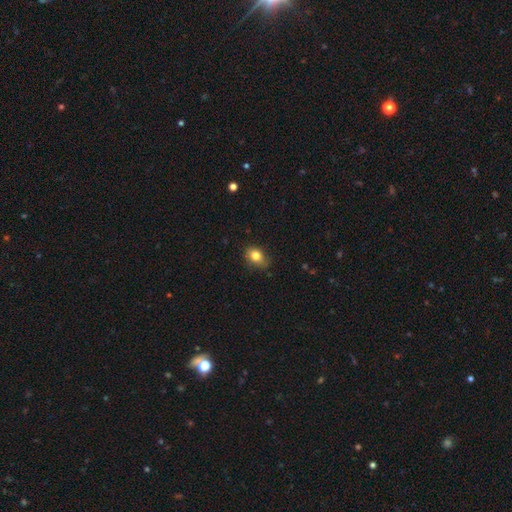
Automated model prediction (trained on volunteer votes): smooth 81%, star or artifact 10%, featured or disk 9%. Down the decision tree: how rounded — in between (69%); merging — none (72%).